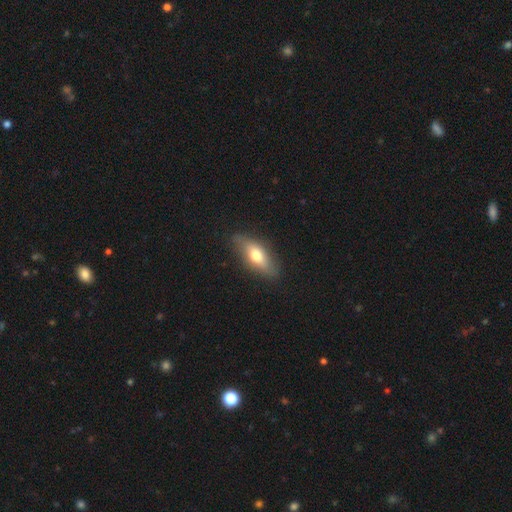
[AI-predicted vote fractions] The model was most divided on "smooth or featured": smooth: 65%, featured or disk: 29%, star or artifact: 6%. More confident: merging — none (81%); how rounded — in between (73%).